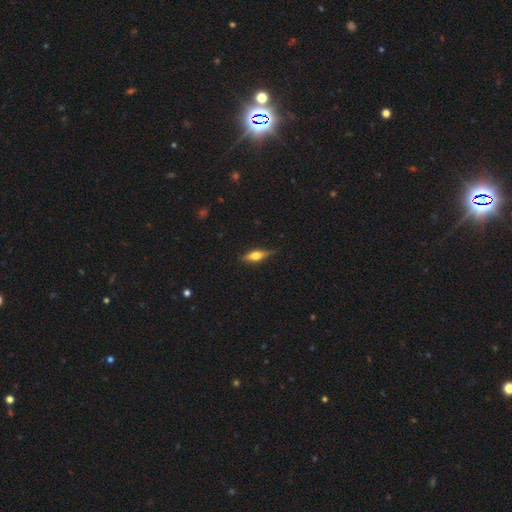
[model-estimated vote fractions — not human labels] smooth-or-featured: smooth: 49% | featured or disk: 44% | star or artifact: 7%
  merging: none: 81% | minor disturbance: 15% | major disturbance: 3% | merger: 1%